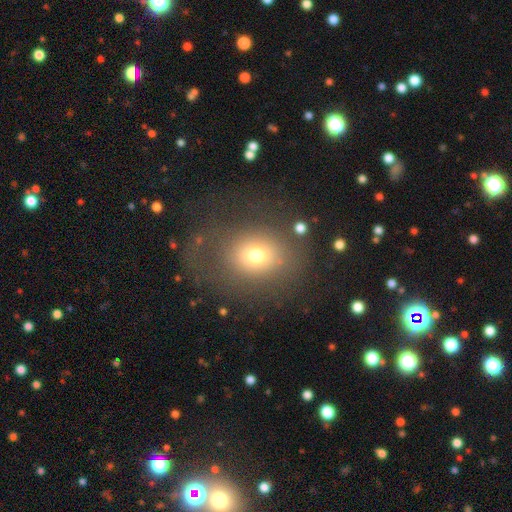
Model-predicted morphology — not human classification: A smooth galaxy with no disk features (67%) that is round (56%). Merging: none (54%).